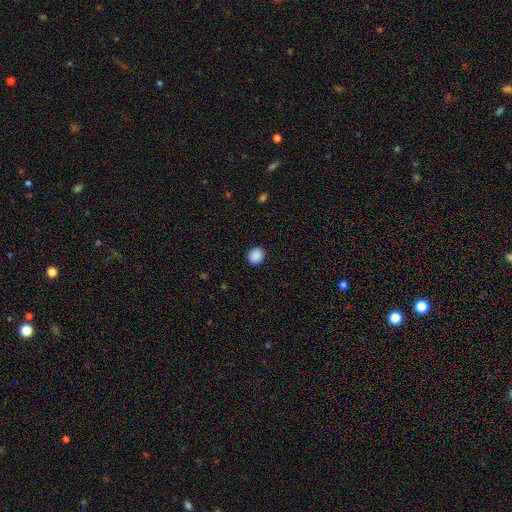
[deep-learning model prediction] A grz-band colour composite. It shows a smooth galaxy with no disk features (89%) that is round (79%). Merging: none (91%).